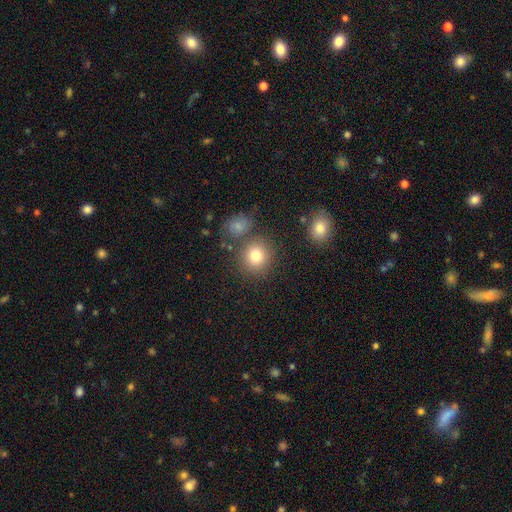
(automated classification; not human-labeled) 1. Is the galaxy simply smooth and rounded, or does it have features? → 80% smooth, 11% star or artifact, 8% featured or disk.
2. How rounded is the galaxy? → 88% round, 11% in between, 1% cigar-shaped.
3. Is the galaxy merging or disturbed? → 76% none, 11% merger, 9% minor disturbance, 4% major disturbance.